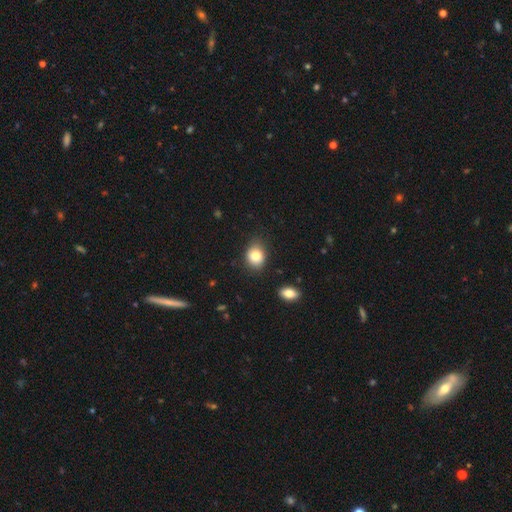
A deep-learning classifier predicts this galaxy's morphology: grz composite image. It shows a smooth galaxy with no disk features (81%) that is in between round and cigar-shaped (52%). Merging: none (77%).